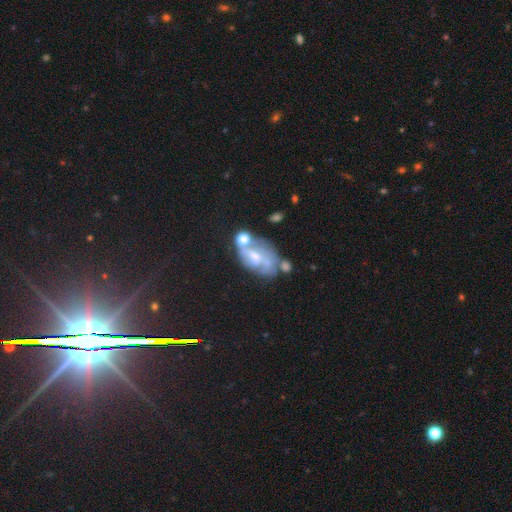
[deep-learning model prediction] Smooth or featured? featured or disk (57%)
Edge-on disk? no (95%)
Bar? no (57%)
Spiral arms? yes (62%)
Bulge size? small (55%)
Merging? none (37%)